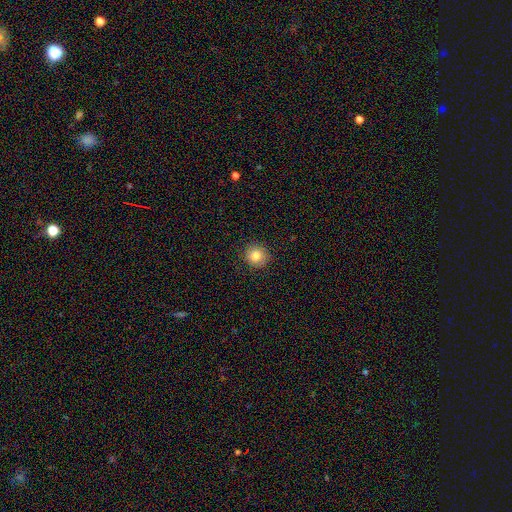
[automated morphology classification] Overall: smooth (82%). How rounded: round (91%). Merging: none (89%).